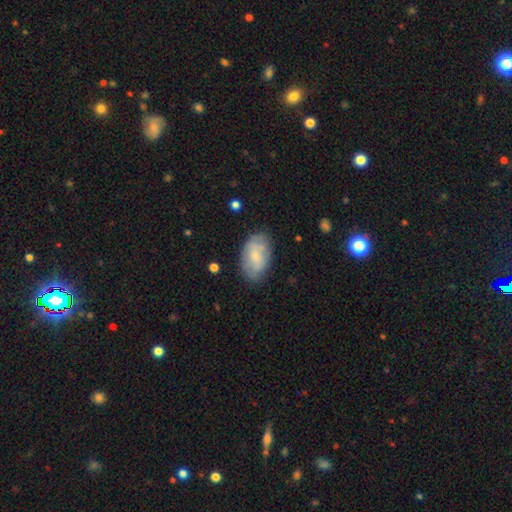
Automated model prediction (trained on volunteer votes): A smooth galaxy with no disk features (70%) that is in between round and cigar-shaped (93%). Merging: none (73%).